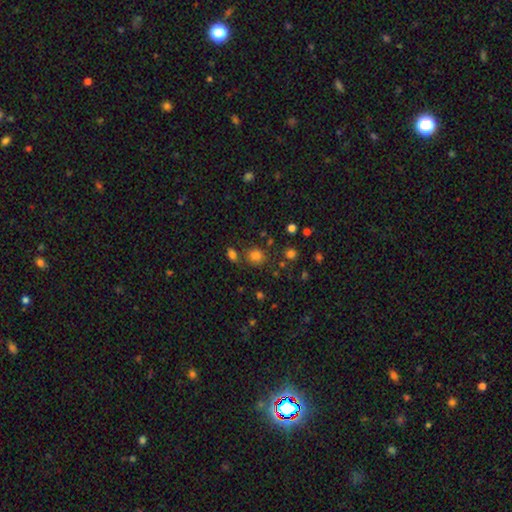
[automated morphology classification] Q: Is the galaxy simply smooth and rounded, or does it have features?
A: smooth — 78%.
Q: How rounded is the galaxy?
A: round — 79%.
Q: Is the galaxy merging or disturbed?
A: none — 73%.